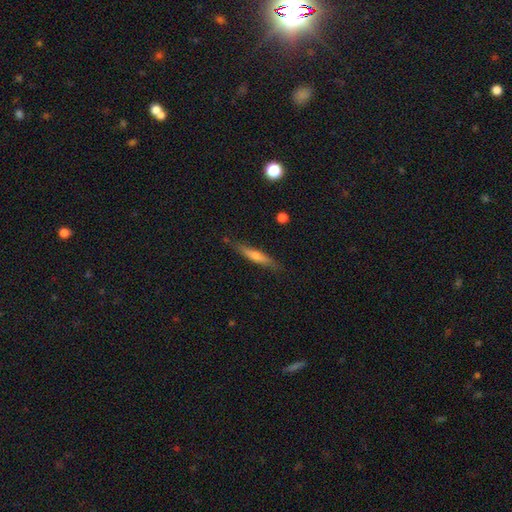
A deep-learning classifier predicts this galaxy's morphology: featured or disk 51%, smooth 41%, star or artifact 8%. Down the decision tree: edge-on disk — yes (93%); merging — none (83%).